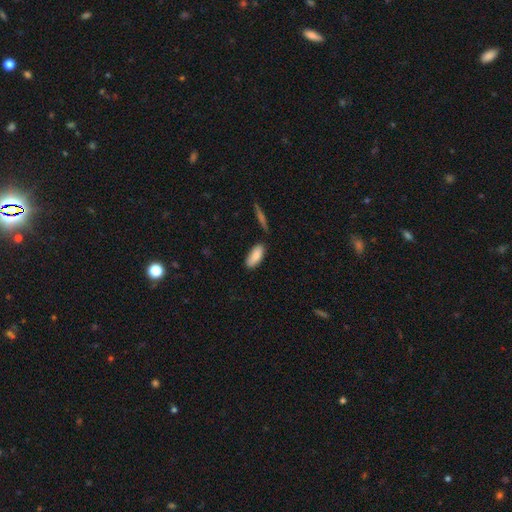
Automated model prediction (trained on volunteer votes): smooth 84%, featured or disk 9%, star or artifact 6%. Down the decision tree: how rounded — in between (83%); merging — none (78%).